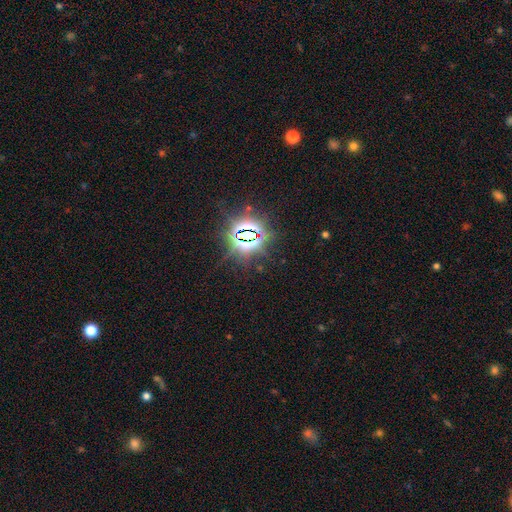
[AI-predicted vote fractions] Smooth or featured? Predicted: star or artifact (p=0.82).